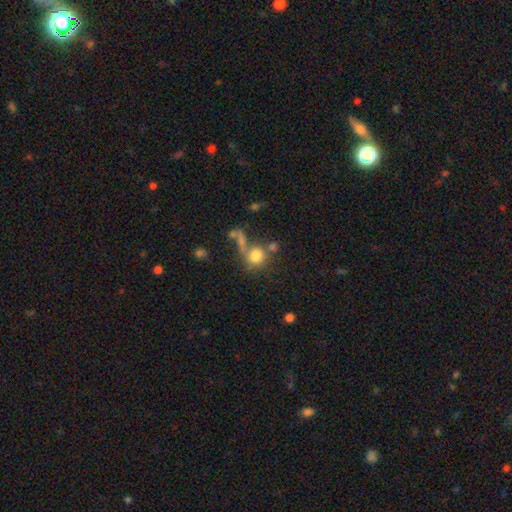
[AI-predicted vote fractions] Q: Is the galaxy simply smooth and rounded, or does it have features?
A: smooth — 77%.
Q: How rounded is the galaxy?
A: round — 87%.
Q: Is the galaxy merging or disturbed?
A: none — 50%.